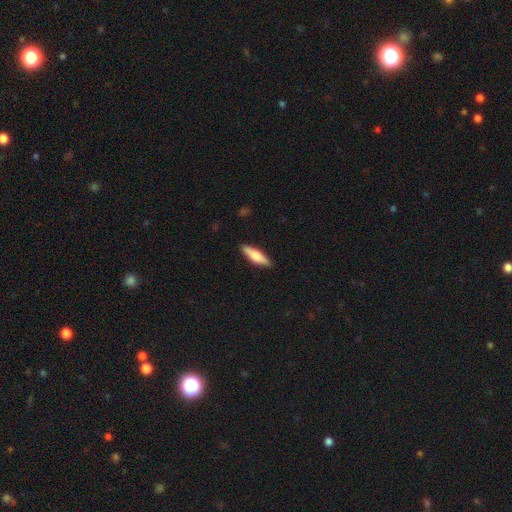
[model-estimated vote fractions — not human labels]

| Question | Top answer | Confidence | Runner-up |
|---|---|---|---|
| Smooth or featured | smooth | 62% | featured or disk (33%) |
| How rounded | cigar-shaped | 63% | in between (34%) |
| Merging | none | 90% | minor disturbance (8%) |